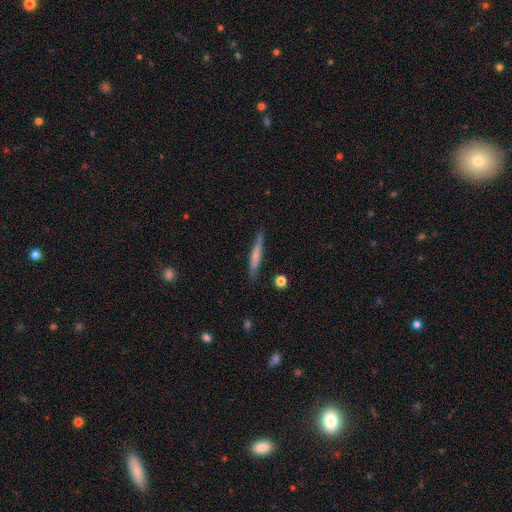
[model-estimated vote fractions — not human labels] Smooth or featured?
  - smooth: 56% *
  - featured or disk: 37%
  - star or artifact: 6%
How rounded?
  - cigar-shaped: 94% *
  - in between: 4%
  - round: 2%
Merging?
  - none: 83% *
  - minor disturbance: 13%
  - major disturbance: 3%
  - merger: 2%